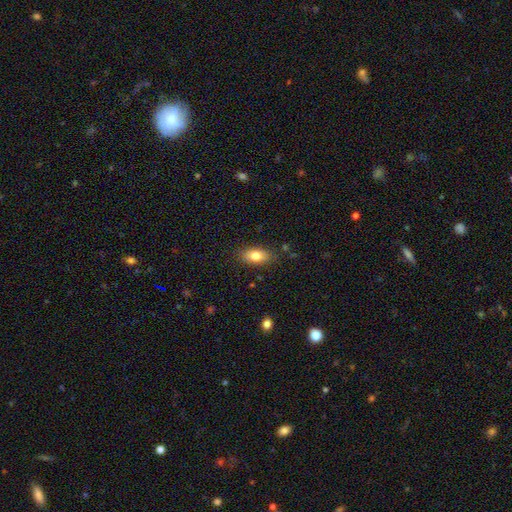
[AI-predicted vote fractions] Q: Smooth or featured?
A: smooth (80%); runner-up: featured or disk (12%)
Q: How rounded?
A: in between (88%); runner-up: round (6%)
Q: Merging?
A: none (83%); runner-up: minor disturbance (13%)